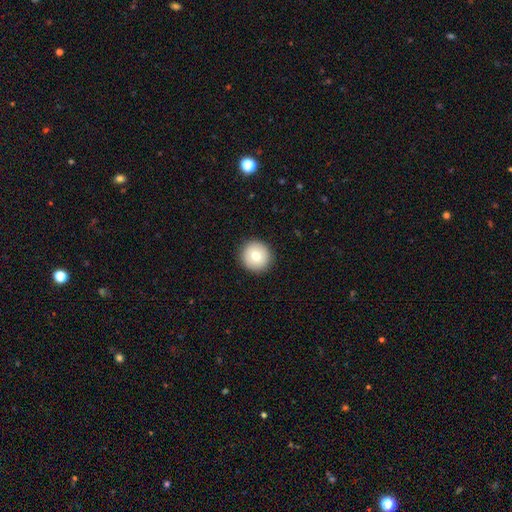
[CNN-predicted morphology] The model was most divided on "smooth or featured": smooth: 76%, featured or disk: 15%, star or artifact: 9%. More confident: how rounded — round (96%); merging — none (93%).